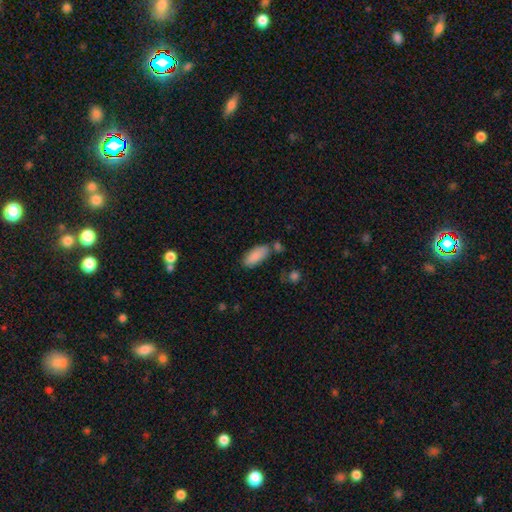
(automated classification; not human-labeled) A smooth galaxy with no disk features (87%) that is in between round and cigar-shaped (83%). Merging: none (70%).